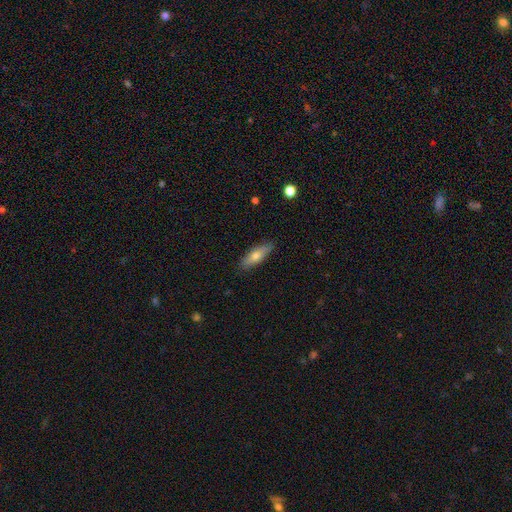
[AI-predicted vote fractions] Smooth or featured: smooth — 65% (featured or disk — 29%)
How rounded: cigar-shaped — 50% (in between — 47%)
Merging: none — 87% (minor disturbance — 10%)